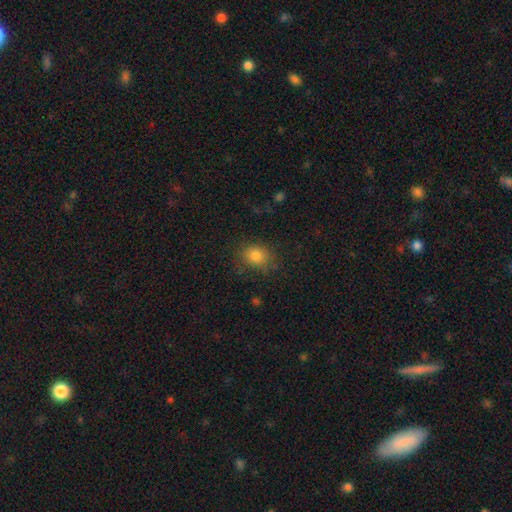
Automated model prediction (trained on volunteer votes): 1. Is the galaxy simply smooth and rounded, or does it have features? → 82% smooth, 12% star or artifact, 6% featured or disk.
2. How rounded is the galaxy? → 59% round, 40% in between, 1% cigar-shaped.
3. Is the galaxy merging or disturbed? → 78% none, 15% minor disturbance, 5% major disturbance, 2% merger.